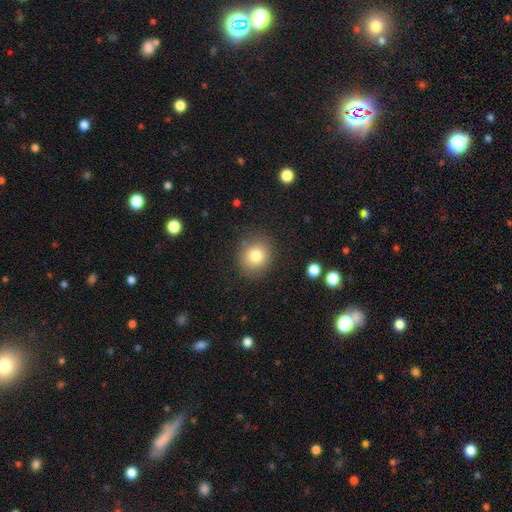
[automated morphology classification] A smooth galaxy with no disk features (79%) that is round (81%).

Vote fractions:
- Smooth or featured? smooth: 79% / star or artifact: 11% / featured or disk: 10%
- How rounded? round: 81% / in between: 18% / cigar-shaped: 1%
- Merging? none: 84% / minor disturbance: 11% / major disturbance: 3% / merger: 2%